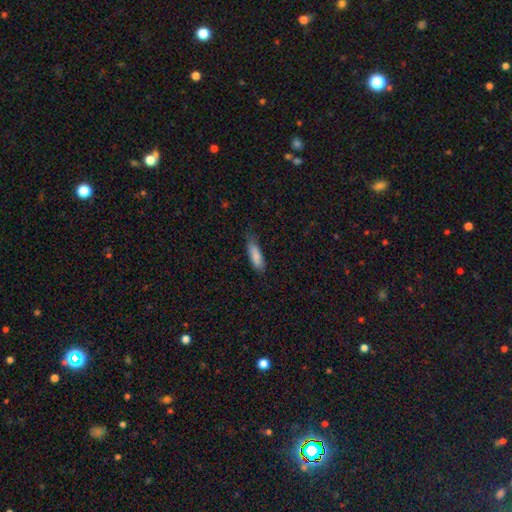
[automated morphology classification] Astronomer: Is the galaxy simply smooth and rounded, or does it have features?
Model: smooth — 86%.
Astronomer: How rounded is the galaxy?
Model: cigar-shaped — 50% (runner-up: in between, 49%).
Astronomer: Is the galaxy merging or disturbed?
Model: none — 66%.